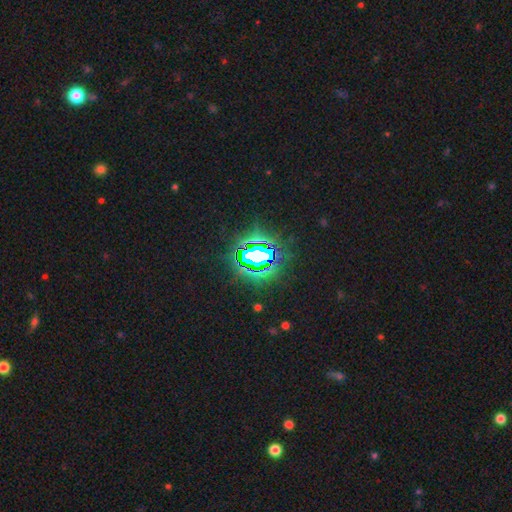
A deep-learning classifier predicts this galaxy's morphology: The model was most divided on "smooth or featured": star or artifact: 78%, smooth: 11%, featured or disk: 10%.